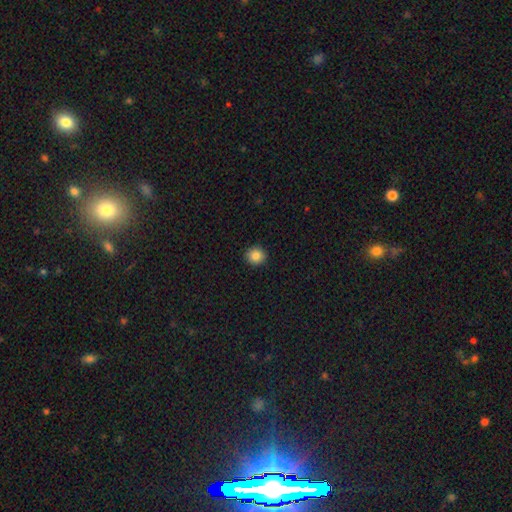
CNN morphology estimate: Smooth or featured: smooth — 86% (star or artifact — 10%)
How rounded: round — 90% (in between — 9%)
Merging: none — 92% (minor disturbance — 6%)